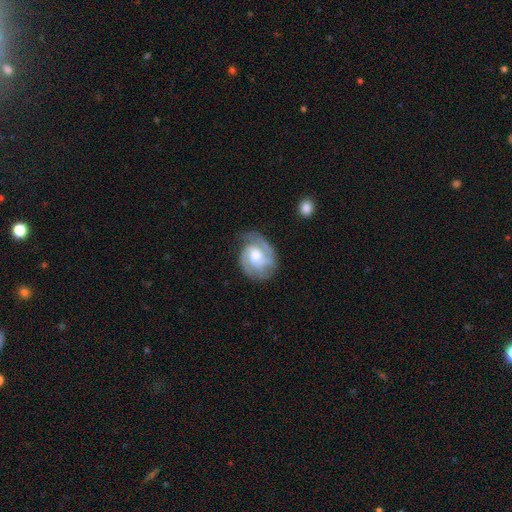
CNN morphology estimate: Smooth or featured?
  - featured or disk: 80% *
  - smooth: 15%
  - star or artifact: 5%
Edge-on disk?
  - no: 98% *
  - yes: 2%
Bar?
  - no: 60% *
  - weak: 33%
  - strong: 6%
Spiral arms?
  - yes: 94% *
  - no: 6%
Spiral winding?
  - tight: 47% *
  - medium: 42%
  - loose: 12%
Spiral arm count?
  - 2: 57% *
  - can't tell: 15%
  - 3: 15%
  - 1: 7%
  - 4: 3%
  - more than 4: 3%
Bulge size?
  - moderate: 62% *
  - large: 18%
  - small: 15%
  - none: 3%
  - dominant: 2%
Merging?
  - none: 68% *
  - minor disturbance: 21%
  - major disturbance: 9%
  - merger: 2%